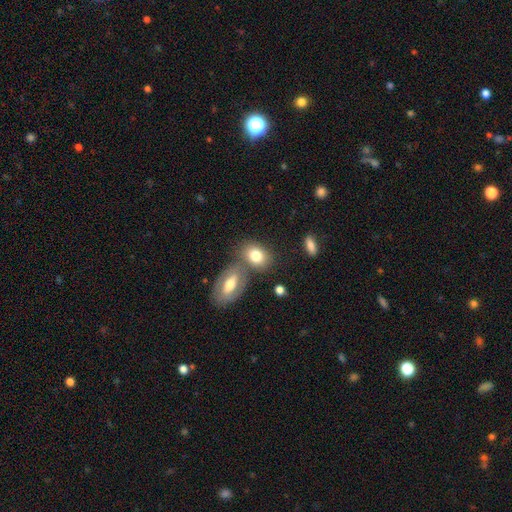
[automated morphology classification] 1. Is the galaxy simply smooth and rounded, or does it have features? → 77% smooth, 16% featured or disk, 7% star or artifact.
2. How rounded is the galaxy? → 74% in between, 24% round, 2% cigar-shaped.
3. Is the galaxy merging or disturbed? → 49% none, 34% merger, 12% minor disturbance, 4% major disturbance.